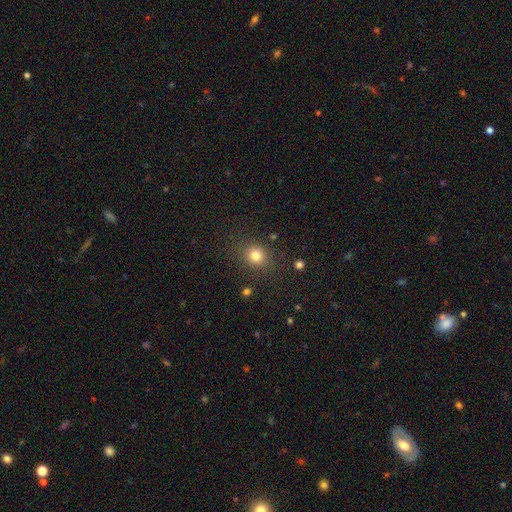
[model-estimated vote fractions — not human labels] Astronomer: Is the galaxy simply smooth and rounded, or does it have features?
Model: smooth — 80%.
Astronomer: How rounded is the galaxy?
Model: round — 78%.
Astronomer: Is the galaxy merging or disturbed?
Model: none — 83%.